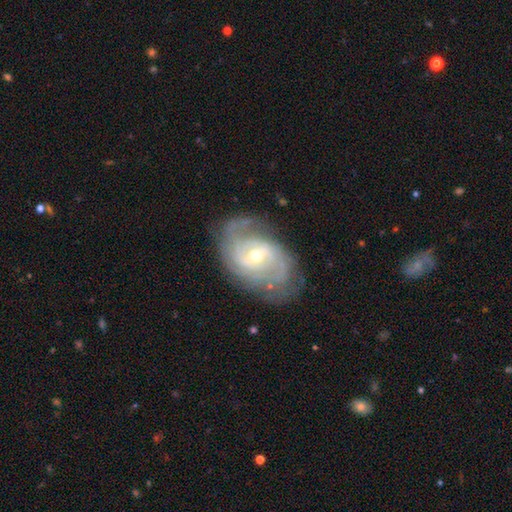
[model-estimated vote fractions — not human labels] This appears to be a featured or disk galaxy (87%) with a weak bar (54%), 2 (51%) tight (50%) spiral arms (95%) and a moderate central bulge (51%). Merging: none (70%).